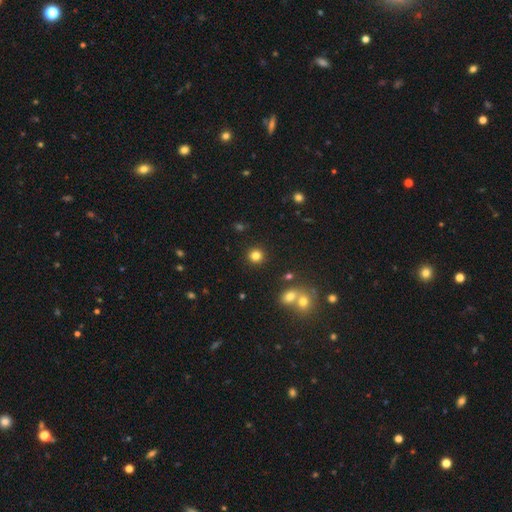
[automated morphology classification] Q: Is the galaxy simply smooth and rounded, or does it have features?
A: smooth — 81%.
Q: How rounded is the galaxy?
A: round — 92%.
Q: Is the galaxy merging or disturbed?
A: none — 89%.